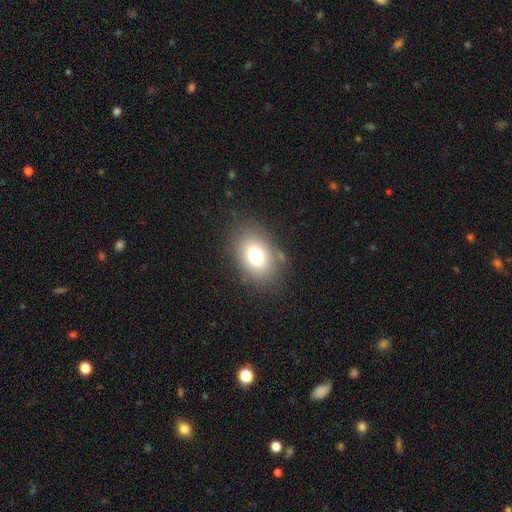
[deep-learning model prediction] Smooth or featured: smooth — 75% (featured or disk — 13%)
How rounded: in between — 75% (round — 24%)
Merging: none — 79% (minor disturbance — 13%)